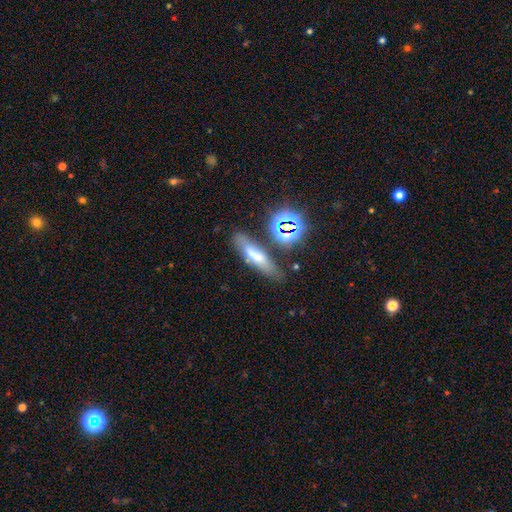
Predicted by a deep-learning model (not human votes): The model was most divided on "smooth or featured": smooth: 53%, featured or disk: 28%, star or artifact: 19%. More confident: merging — none (64%); how rounded — cigar-shaped (63%).